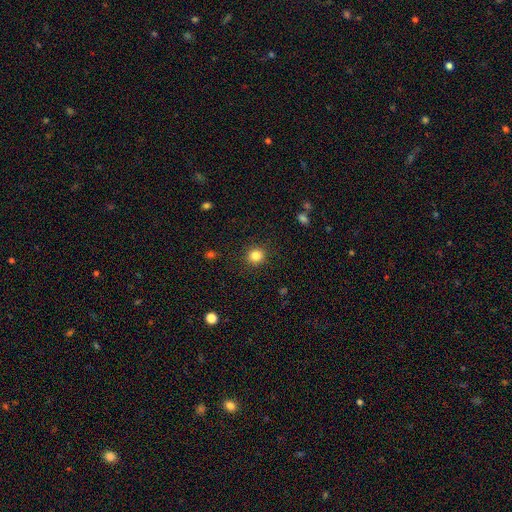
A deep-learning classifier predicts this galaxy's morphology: The model was most divided on "smooth or featured": smooth: 84%, star or artifact: 12%, featured or disk: 5%. More confident: merging — none (90%); how rounded — round (89%).